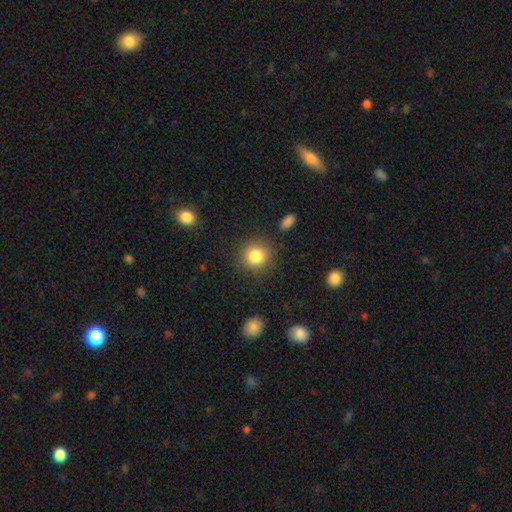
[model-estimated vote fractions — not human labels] This appears to be a smooth galaxy with no disk features (84%) that is round (87%). Merging: none (86%).